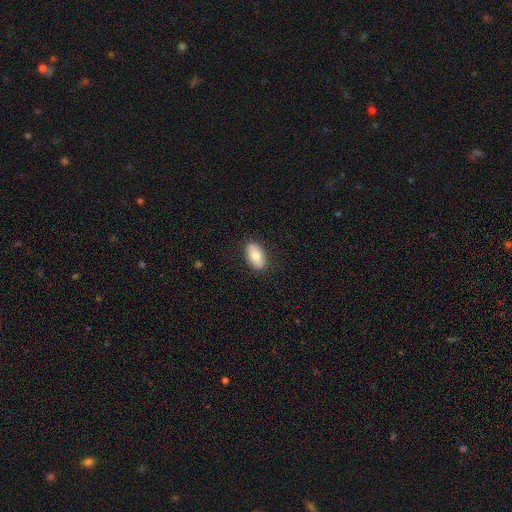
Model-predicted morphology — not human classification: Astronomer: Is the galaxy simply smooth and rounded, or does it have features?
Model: smooth — 74%.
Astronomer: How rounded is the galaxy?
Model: in between — 92%.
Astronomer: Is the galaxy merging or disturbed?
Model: none — 87%.